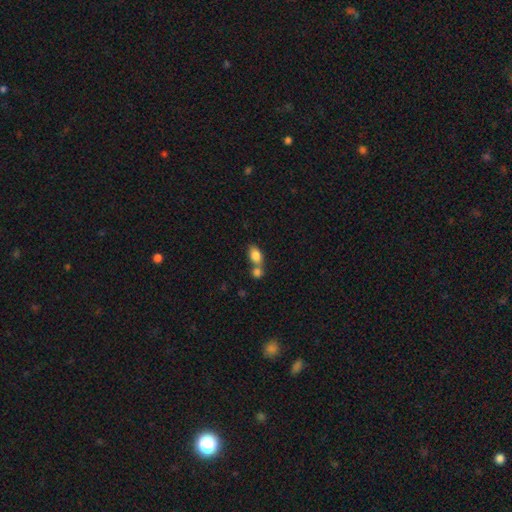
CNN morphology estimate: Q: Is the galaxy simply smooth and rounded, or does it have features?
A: smooth — 83%.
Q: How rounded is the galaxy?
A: in between — 83%.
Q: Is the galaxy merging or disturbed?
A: merger — 50%.